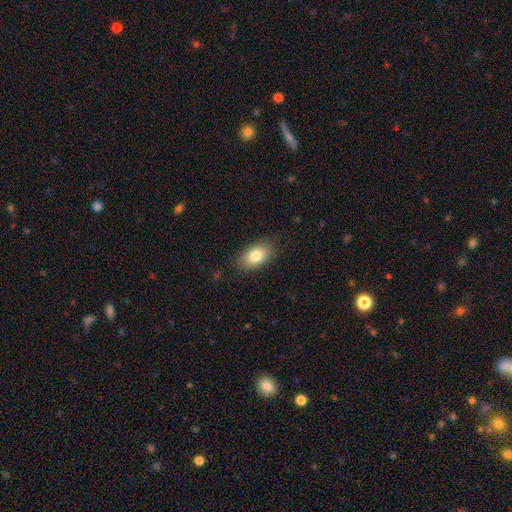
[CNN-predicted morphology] smooth 82%, featured or disk 10%, star or artifact 8%. Down the decision tree: how rounded — in between (91%); merging — none (85%).